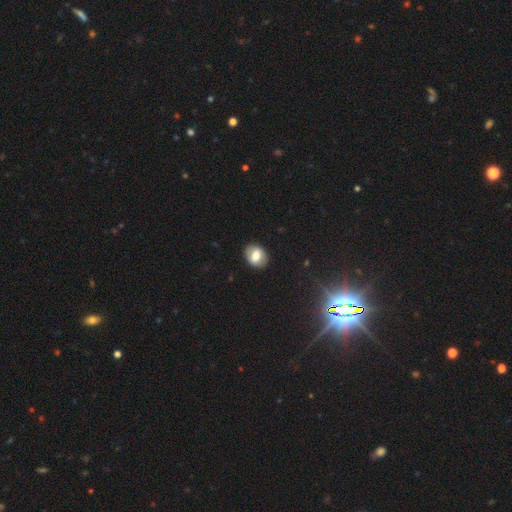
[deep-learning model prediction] A smooth galaxy with no disk features (66%) that is in between round and cigar-shaped (54%).

Vote fractions:
- Smooth or featured? smooth: 66% / featured or disk: 25% / star or artifact: 9%
- How rounded? in between: 54% / round: 45% / cigar-shaped: 1%
- Merging? none: 87% / minor disturbance: 9% / major disturbance: 3% / merger: 1%